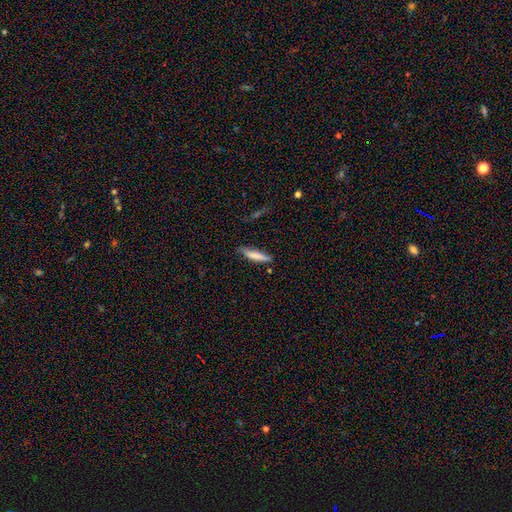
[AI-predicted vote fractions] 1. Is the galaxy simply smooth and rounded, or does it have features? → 77% smooth, 16% featured or disk, 6% star or artifact.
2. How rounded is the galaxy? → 83% cigar-shaped, 15% in between, 1% round.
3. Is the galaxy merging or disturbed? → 77% none, 17% minor disturbance, 3% major disturbance, 3% merger.